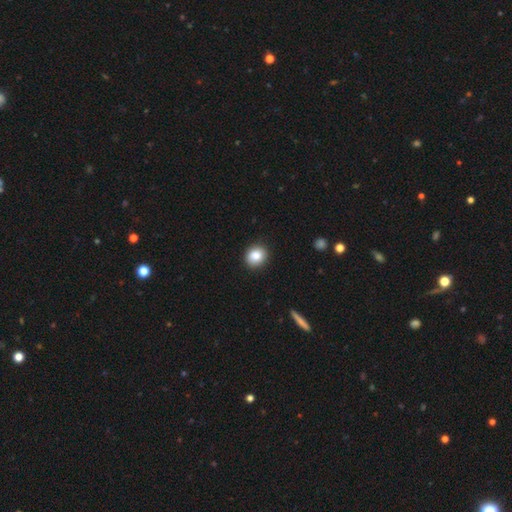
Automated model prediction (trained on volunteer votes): This appears to be a smooth galaxy with no disk features (86%) that is round (71%). Merging: none (90%).